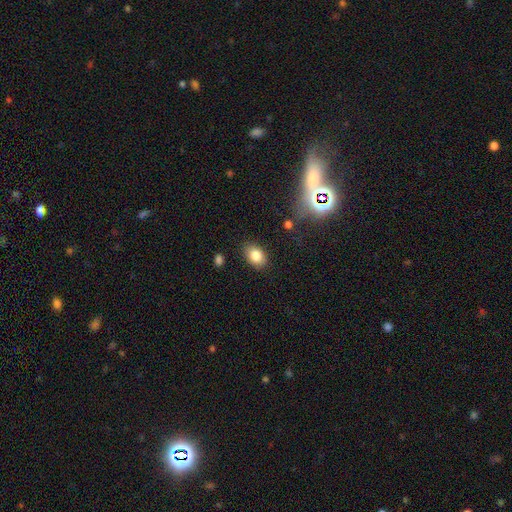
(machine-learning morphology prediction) Overall: smooth (83%). How rounded: in between (82%). Merging: none (85%).